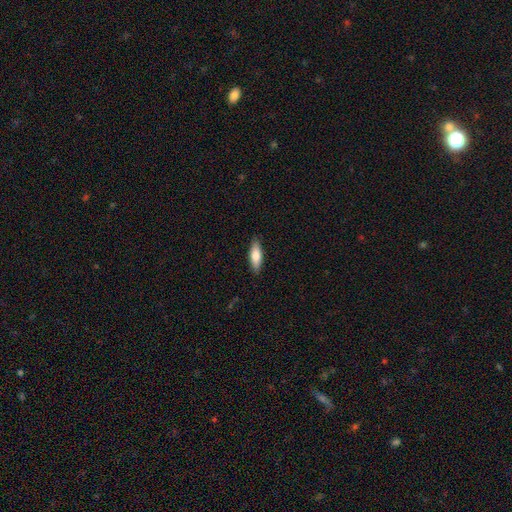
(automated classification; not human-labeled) Q: Smooth or featured?
A: smooth (74%); runner-up: featured or disk (21%)
Q: How rounded?
A: in between (54%); runner-up: cigar-shaped (44%)
Q: Merging?
A: none (88%); runner-up: minor disturbance (9%)